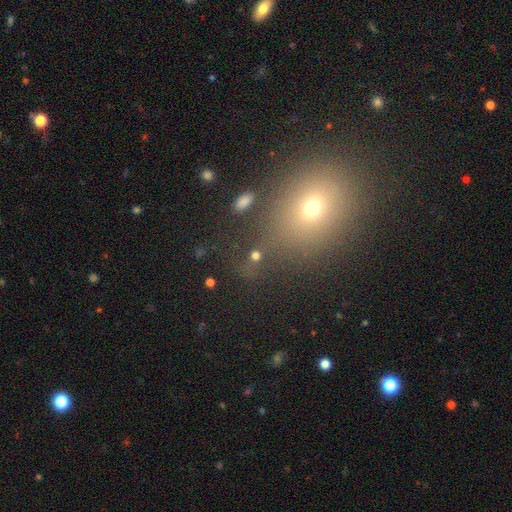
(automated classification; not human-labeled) Smooth or featured?
  - smooth: 61% *
  - star or artifact: 27%
  - featured or disk: 12%
How rounded?
  - round: 74% *
  - in between: 22%
  - cigar-shaped: 3%
Merging?
  - none: 62% *
  - merger: 16%
  - minor disturbance: 12%
  - major disturbance: 10%